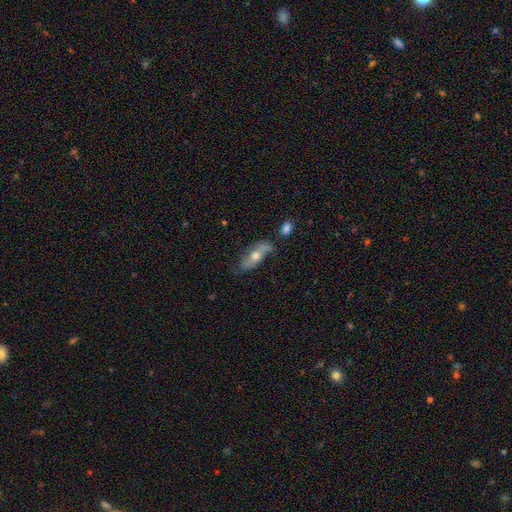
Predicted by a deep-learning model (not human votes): Smooth or featured? Predicted: smooth (p=0.47). Merging? Predicted: none (p=0.63).